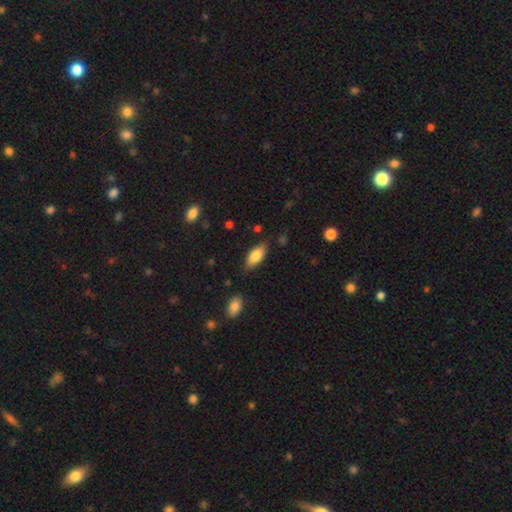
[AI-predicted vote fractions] smooth 79%, featured or disk 15%, star or artifact 7%. Down the decision tree: how rounded — in between (84%); merging — none (77%).